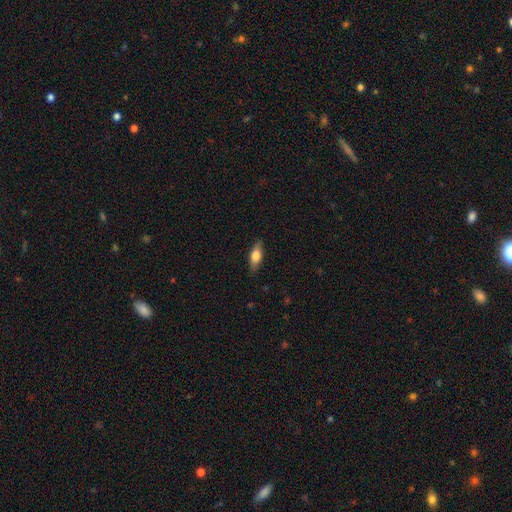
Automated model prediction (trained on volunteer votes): Q: Smooth or featured?
A: smooth (62%); runner-up: featured or disk (31%)
Q: How rounded?
A: in between (66%); runner-up: cigar-shaped (30%)
Q: Merging?
A: none (85%); runner-up: minor disturbance (12%)